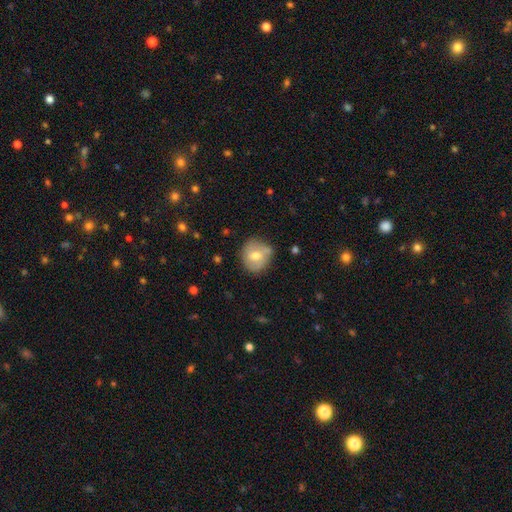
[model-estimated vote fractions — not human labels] Smooth or featured: smooth — 61% (featured or disk — 30%)
How rounded: round — 81% (in between — 18%)
Merging: none — 66% (minor disturbance — 23%)